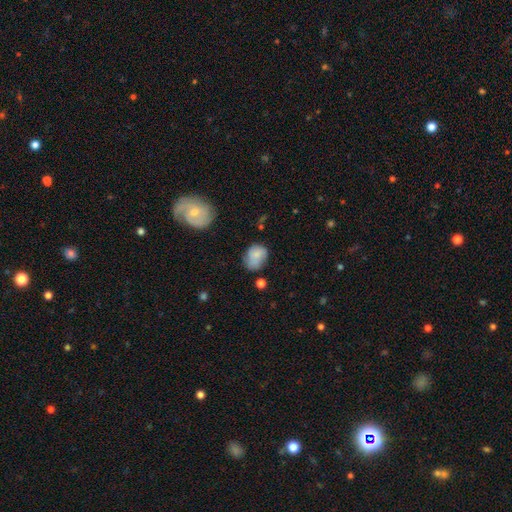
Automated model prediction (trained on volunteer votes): Q: Smooth or featured?
A: smooth (78%); runner-up: featured or disk (14%)
Q: How rounded?
A: in between (52%); runner-up: round (47%)
Q: Merging?
A: none (53%); runner-up: minor disturbance (32%)